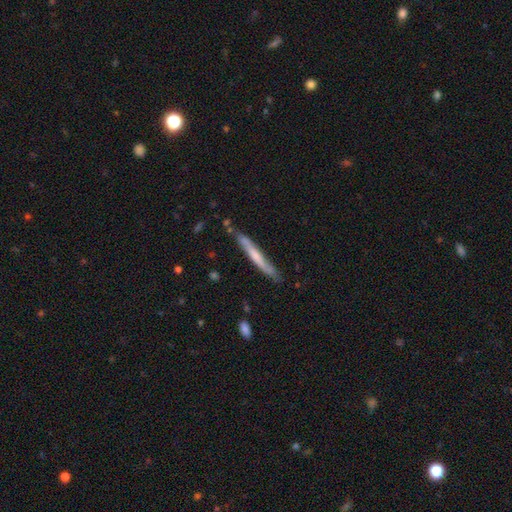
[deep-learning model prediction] The model was most divided on "smooth or featured": smooth: 49%, featured or disk: 45%, star or artifact: 6%. More confident: merging — none (75%).